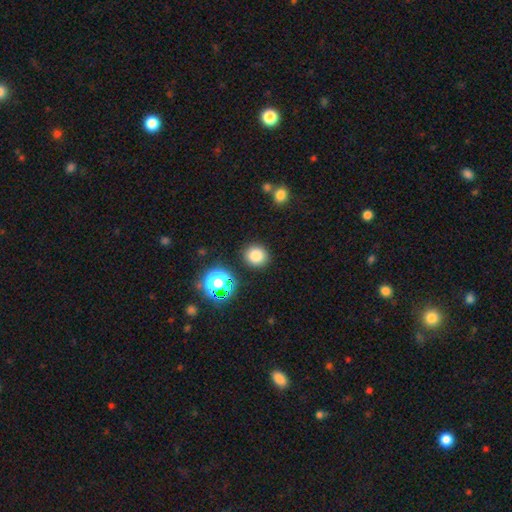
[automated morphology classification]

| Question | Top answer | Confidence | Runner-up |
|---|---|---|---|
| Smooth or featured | smooth | 80% | star or artifact (14%) |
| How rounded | round | 85% | in between (14%) |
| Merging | none | 88% | minor disturbance (7%) |